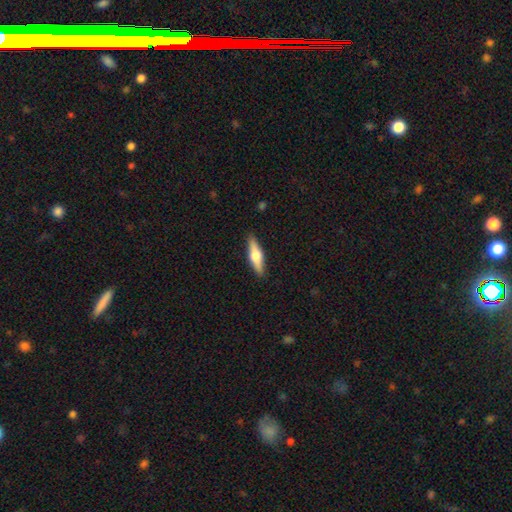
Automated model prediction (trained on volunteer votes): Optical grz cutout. It shows a featured or disk galaxy (47%, tied with smooth). Merging: none (89%).